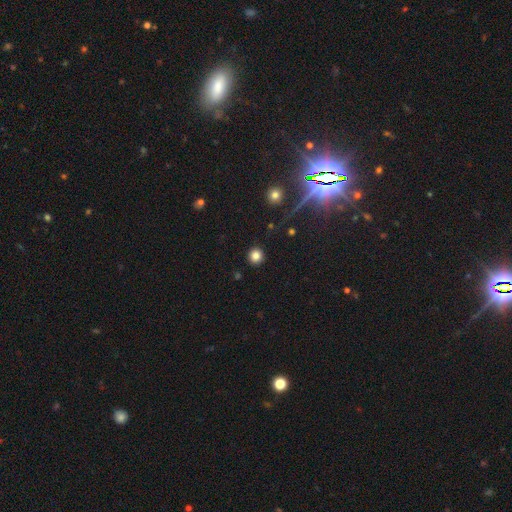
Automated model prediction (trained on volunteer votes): A smooth galaxy with no disk features (83%) that is round (94%). Merging: none (92%).